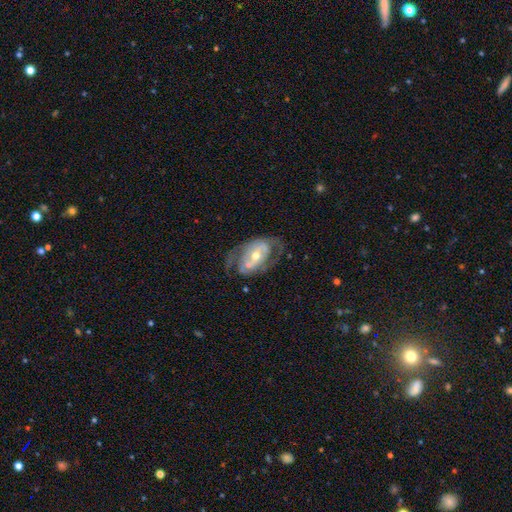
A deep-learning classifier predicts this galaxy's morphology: A featured or disk galaxy (77%) with no bar (46%), spiral arms (67%) and a moderate central bulge (64%). Merging: none (51%).